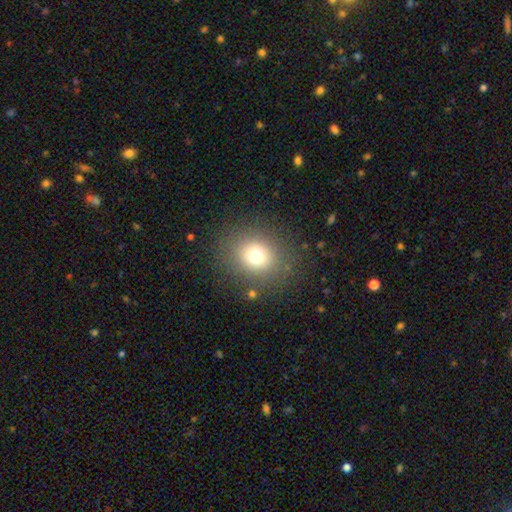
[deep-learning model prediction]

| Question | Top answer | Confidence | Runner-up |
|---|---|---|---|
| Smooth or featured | smooth | 72% | star or artifact (16%) |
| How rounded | round | 76% | in between (23%) |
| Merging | none | 84% | minor disturbance (9%) |